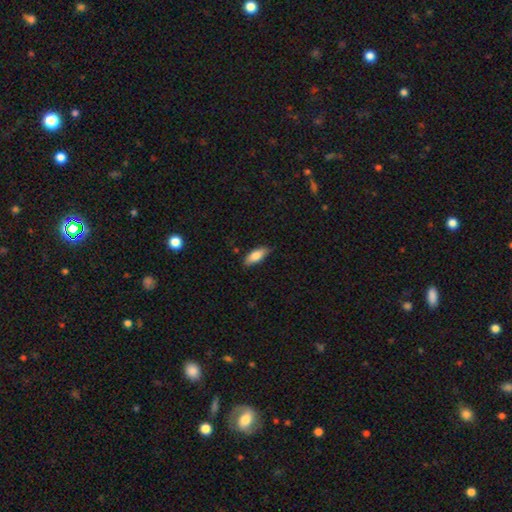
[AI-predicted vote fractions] Smooth or featured? Predicted: smooth (p=0.78). How rounded? Predicted: in between (p=0.74). Merging? Predicted: none (p=0.81).